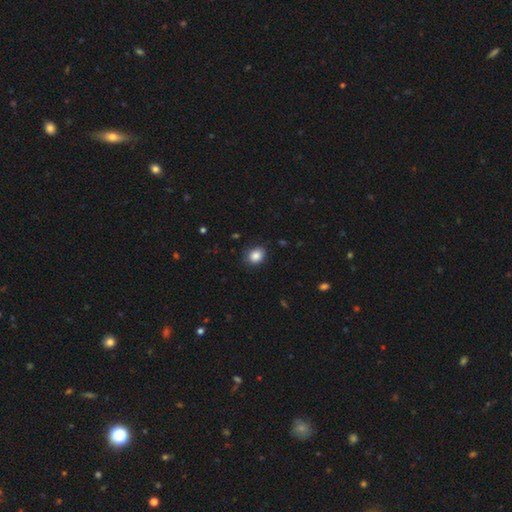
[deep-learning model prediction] smooth_or_featured: smooth (p=0.86) [alt: star or artifact p=0.09]
how_rounded: round (p=0.50) [alt: in between p=0.49]
merging: none (p=0.83) [alt: minor disturbance p=0.13]